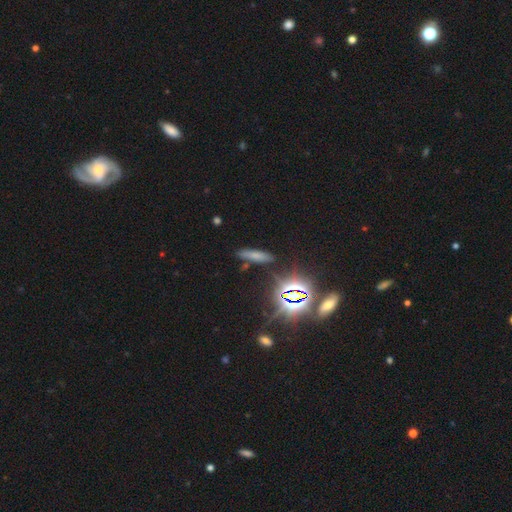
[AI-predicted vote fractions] Smooth or featured: smooth — 56% (star or artifact — 28%)
How rounded: cigar-shaped — 72% (in between — 24%)
Merging: none — 79% (minor disturbance — 13%)